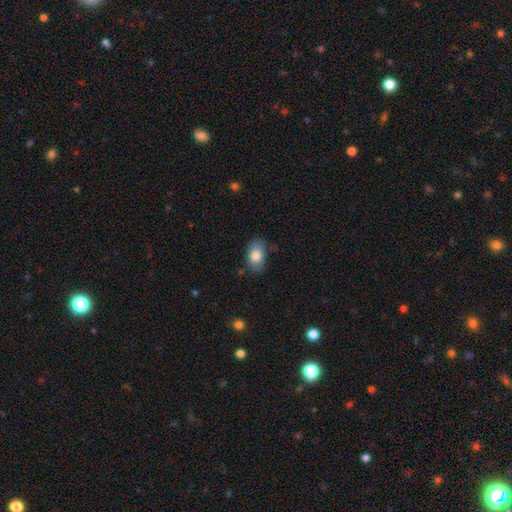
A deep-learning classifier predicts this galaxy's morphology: A smooth galaxy with no disk features (81%) that is in between round and cigar-shaped (87%).

Vote fractions:
- Smooth or featured? smooth: 81% / featured or disk: 12% / star or artifact: 7%
- How rounded? in between: 87% / round: 11% / cigar-shaped: 2%
- Merging? none: 73% / minor disturbance: 21% / major disturbance: 4% / merger: 2%